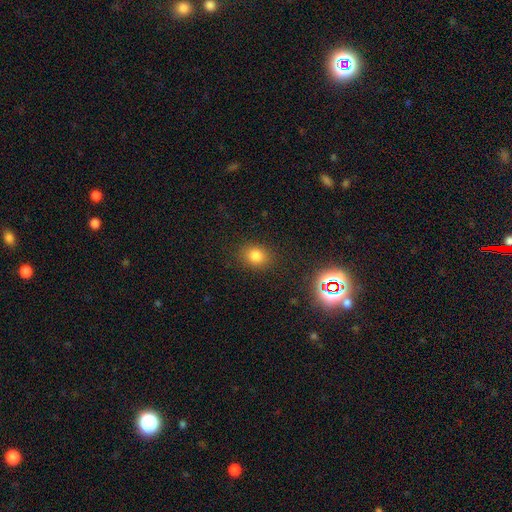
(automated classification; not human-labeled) A smooth galaxy with no disk features (80%) that is round (53%). Merging: none (84%).